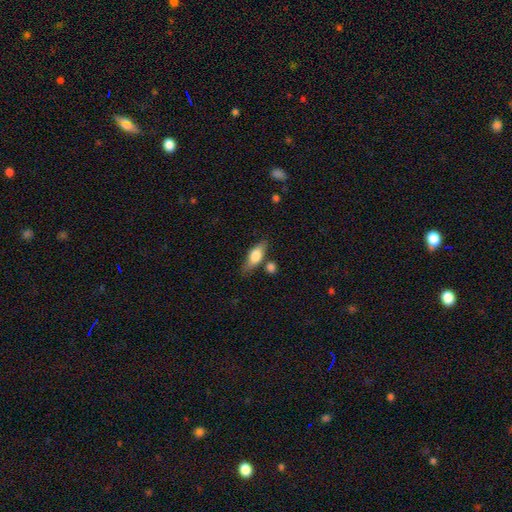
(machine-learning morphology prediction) Overall: smooth (68%). How rounded: in between (68%). Merging: none (70%).